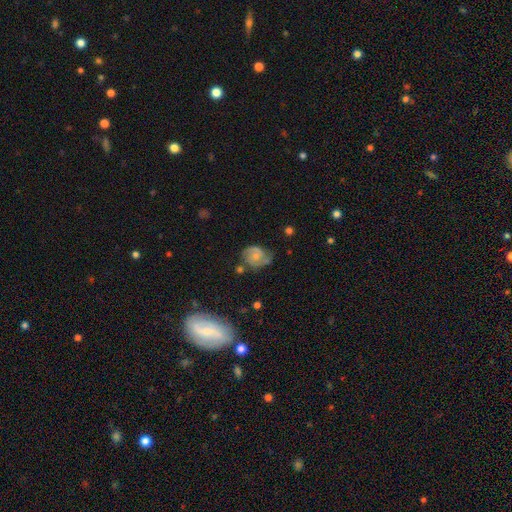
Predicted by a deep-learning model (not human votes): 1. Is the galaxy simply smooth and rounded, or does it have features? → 71% featured or disk, 21% smooth, 8% star or artifact.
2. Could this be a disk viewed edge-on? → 98% no, 2% yes.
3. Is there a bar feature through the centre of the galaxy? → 66% no, 30% weak, 4% strong.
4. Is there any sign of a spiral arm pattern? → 93% yes, 7% no.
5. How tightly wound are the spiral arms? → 46% medium, 38% tight, 16% loose.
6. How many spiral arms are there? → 76% 2, 11% can't tell, 6% 3, 4% 1, 2% 4, 1% more than 4.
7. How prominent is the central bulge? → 57% small, 30% moderate, 10% none, 2% large, 1% dominant.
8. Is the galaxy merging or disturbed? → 59% none, 26% minor disturbance, 11% major disturbance, 5% merger.